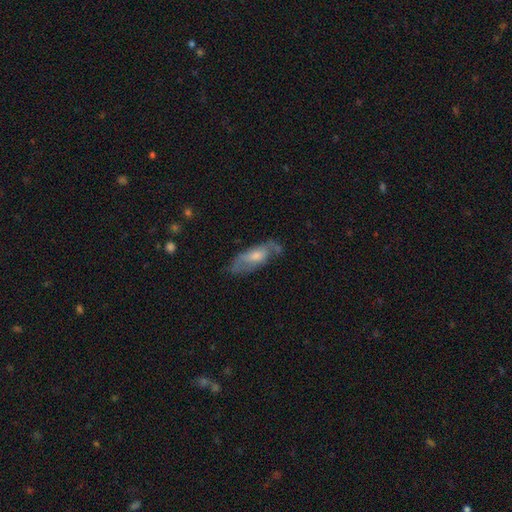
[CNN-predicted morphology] Smooth or featured? Predicted: featured or disk (p=0.56). Edge-on disk? Predicted: no (p=0.73). Merging? Predicted: none (p=0.58).